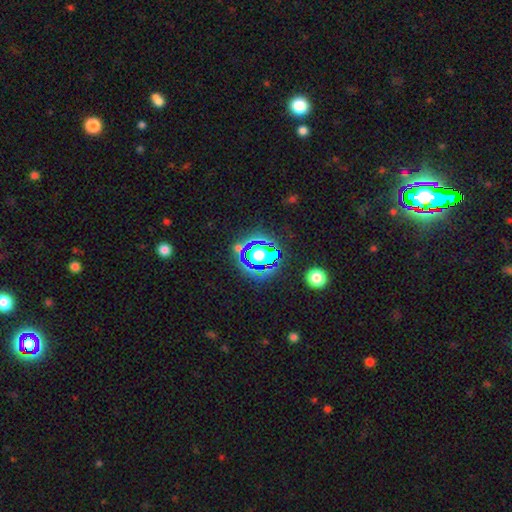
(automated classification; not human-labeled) The model was most divided on "smooth or featured": star or artifact: 55%, smooth: 30%, featured or disk: 15%.